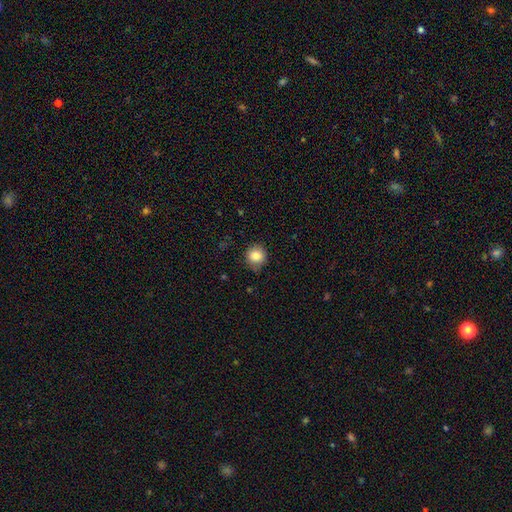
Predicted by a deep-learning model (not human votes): Smooth or featured? Predicted: smooth (p=0.85). How rounded? Predicted: round (p=0.90). Merging? Predicted: none (p=0.83).